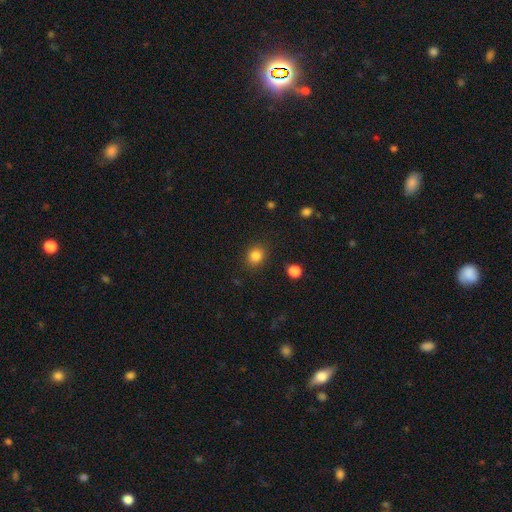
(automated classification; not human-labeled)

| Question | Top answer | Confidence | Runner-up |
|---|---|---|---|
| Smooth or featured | smooth | 84% | star or artifact (11%) |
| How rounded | round | 77% | in between (23%) |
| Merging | none | 88% | minor disturbance (8%) |